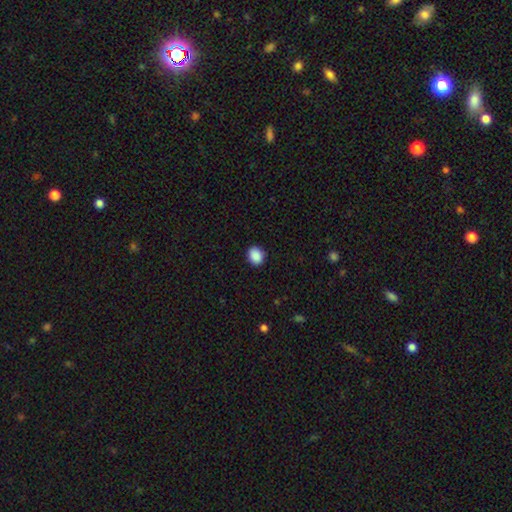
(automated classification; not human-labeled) Smooth or featured: smooth — 90% (star or artifact — 8%)
How rounded: round — 61% (in between — 38%)
Merging: none — 89% (minor disturbance — 8%)